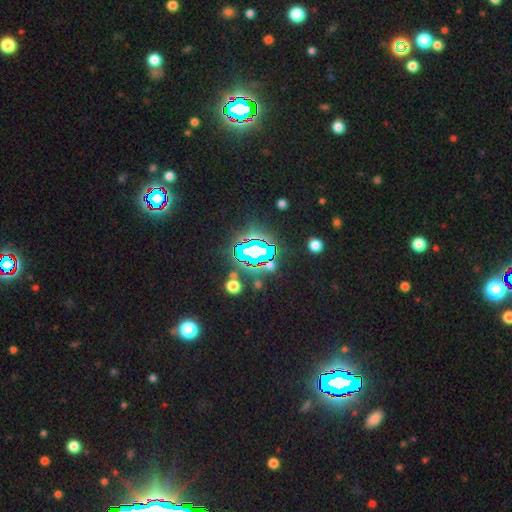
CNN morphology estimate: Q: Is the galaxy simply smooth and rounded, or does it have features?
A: star or artifact — 78%.